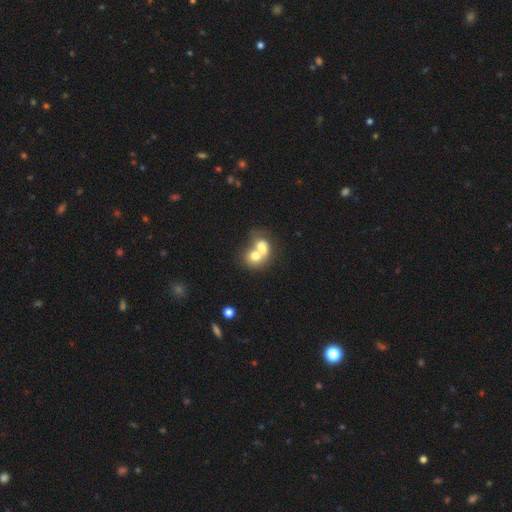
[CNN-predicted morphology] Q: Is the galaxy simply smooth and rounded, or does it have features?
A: smooth — 67%.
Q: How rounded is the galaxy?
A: round — 54%.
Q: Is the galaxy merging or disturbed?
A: merger — 74%.